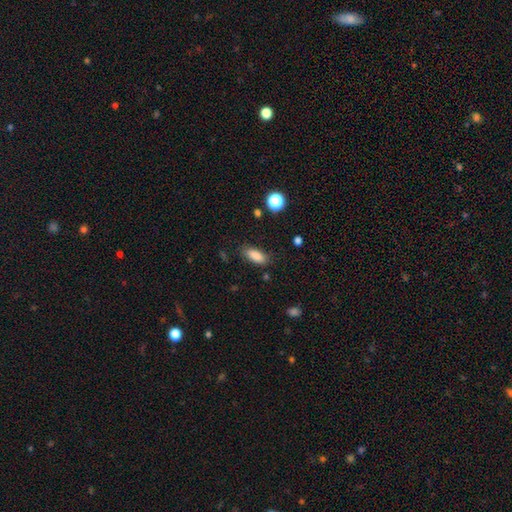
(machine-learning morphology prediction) Smooth or featured? Predicted: smooth (p=0.86). How rounded? Predicted: in between (p=0.81). Merging? Predicted: none (p=0.82).